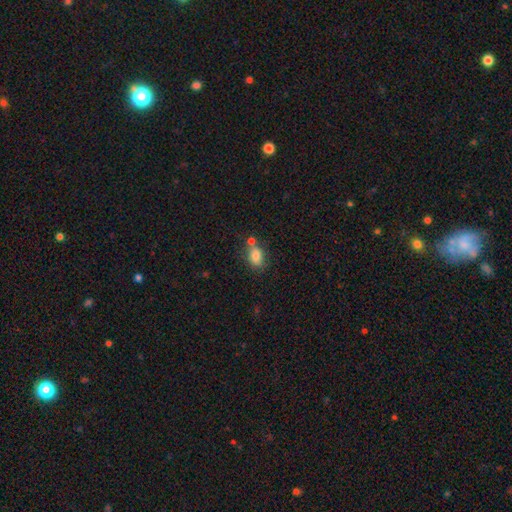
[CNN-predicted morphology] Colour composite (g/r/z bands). It shows a smooth galaxy with no disk features (82%) that is in between round and cigar-shaped (78%). Merging: none (58%).